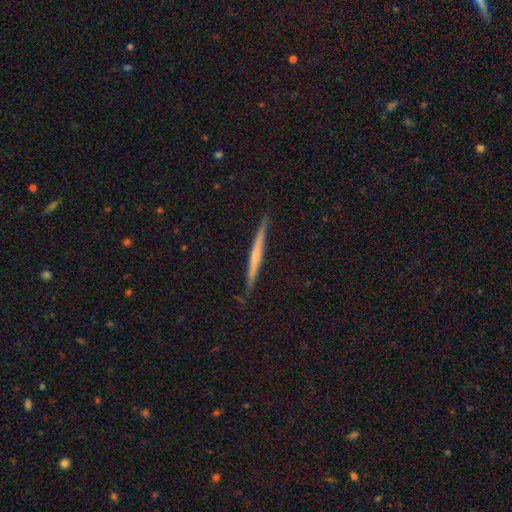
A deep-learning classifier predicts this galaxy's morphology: Overall: featured or disk (63%; smooth 31%). Edge-on disk: yes (98%). Edge-on bulge: none (52%; rounded 42%). Merging: none (89%).